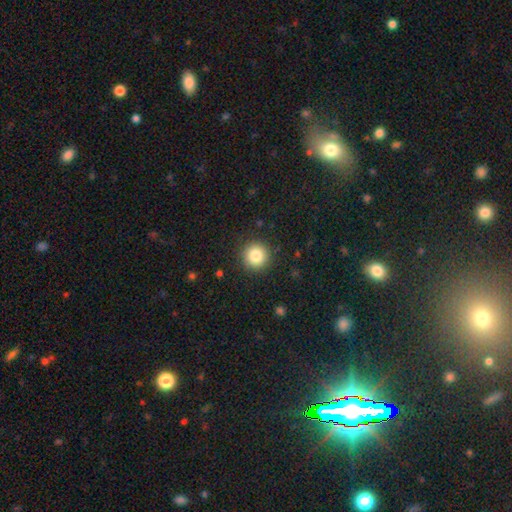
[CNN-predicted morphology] Overall: smooth (84%). How rounded: round (95%). Merging: none (91%).